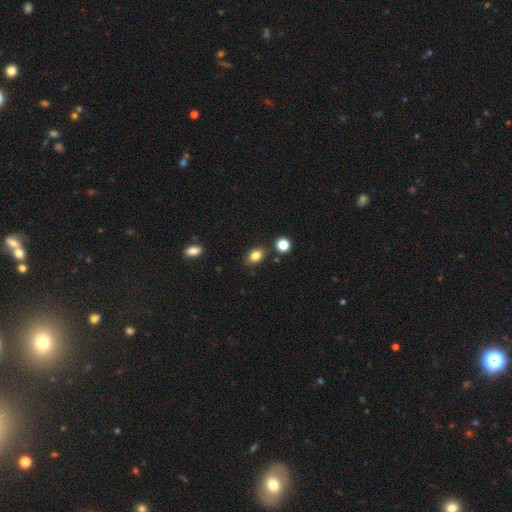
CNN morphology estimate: Overall: smooth (83%). How rounded: in between (71%). Merging: none (81%).